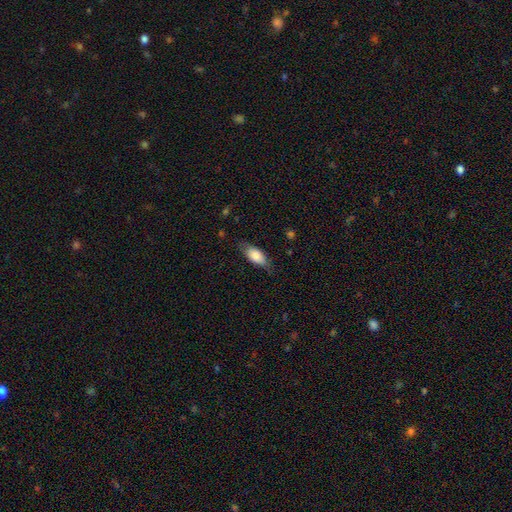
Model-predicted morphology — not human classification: The model was most divided on "merging": none: 73%, minor disturbance: 21%, major disturbance: 5%, merger: 1%. More confident: how rounded — in between (84%); smooth or featured — smooth (79%).